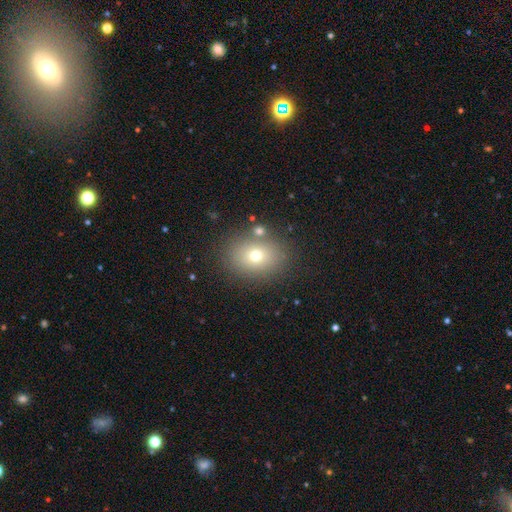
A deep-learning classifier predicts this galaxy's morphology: The model was most divided on "how rounded": in between: 50%, round: 49%, cigar-shaped: 1%. More confident: merging — none (81%); smooth or featured — smooth (70%).